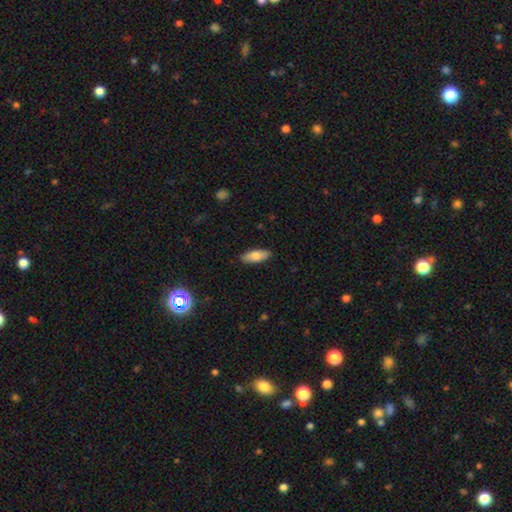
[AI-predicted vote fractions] This is likely a smooth galaxy (78%). How rounded: likely in between (74%). Merging: clearly none (88%).